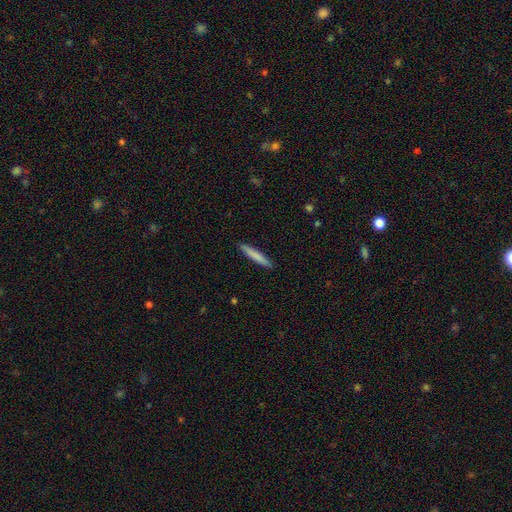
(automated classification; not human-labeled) smooth-or-featured: smooth: 79% | featured or disk: 16% | star or artifact: 5%
  how-rounded: cigar-shaped: 95% | in between: 4% | round: 1%
  merging: none: 92% | minor disturbance: 6% | major disturbance: 1% | merger: 1%